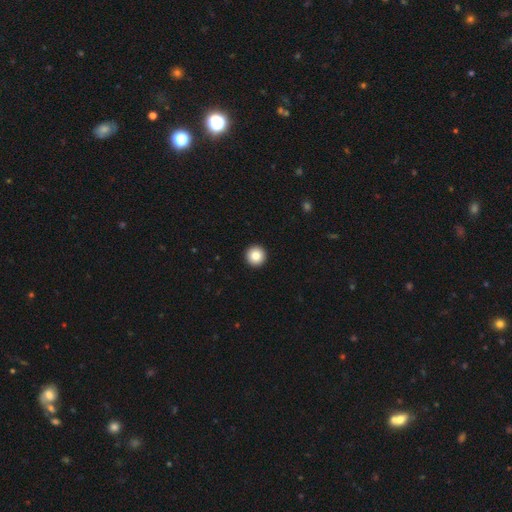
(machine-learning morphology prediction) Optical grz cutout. It shows a smooth galaxy with no disk features (84%) that is round (97%). Merging: none (94%).